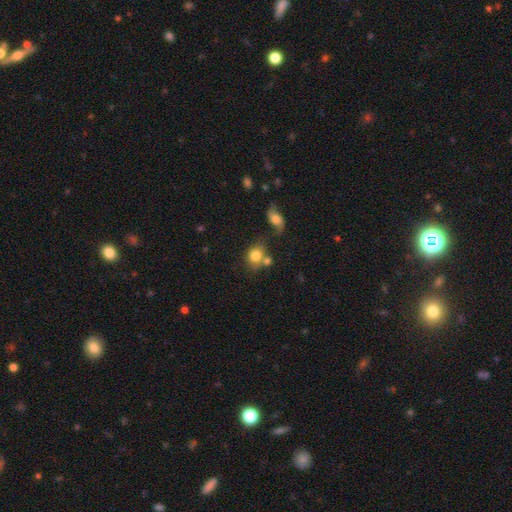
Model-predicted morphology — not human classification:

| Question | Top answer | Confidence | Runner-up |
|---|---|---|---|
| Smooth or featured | smooth | 79% | featured or disk (11%) |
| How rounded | round | 63% | in between (35%) |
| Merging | none | 52% | merger (27%) |